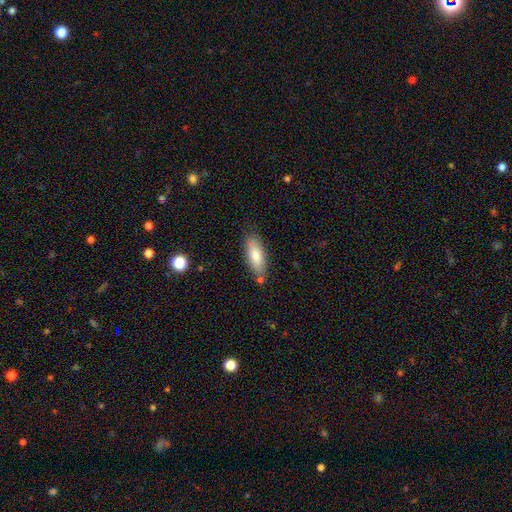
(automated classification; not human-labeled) smooth_or_featured: smooth (p=0.80) [alt: featured or disk p=0.14]
how_rounded: in between (p=0.71) [alt: cigar-shaped p=0.27]
merging: none (p=0.77) [alt: minor disturbance p=0.15]